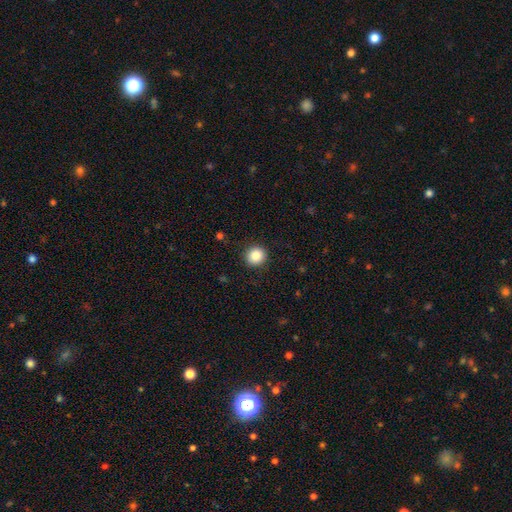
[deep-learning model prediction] A smooth galaxy with no disk features (86%) that is round (92%). Merging: none (91%).